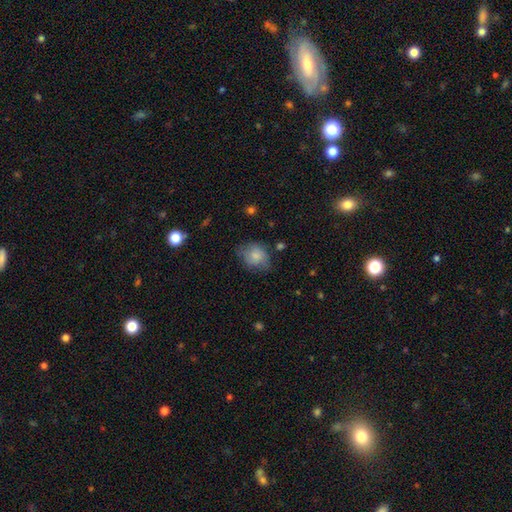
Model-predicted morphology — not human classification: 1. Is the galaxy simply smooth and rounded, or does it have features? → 77% smooth, 15% featured or disk, 8% star or artifact.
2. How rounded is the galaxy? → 52% round, 47% in between, 1% cigar-shaped.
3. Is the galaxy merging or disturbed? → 57% none, 30% minor disturbance, 11% major disturbance, 2% merger.